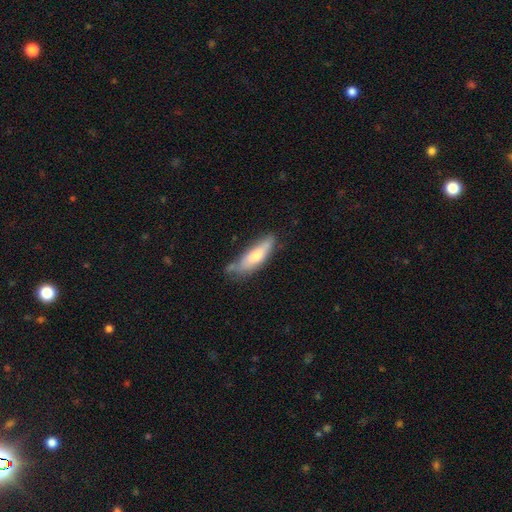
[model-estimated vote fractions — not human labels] A smooth galaxy with no disk features (62%) that is cigar-shaped (60%).

Vote fractions:
- Smooth or featured? smooth: 62% / featured or disk: 31% / star or artifact: 7%
- How rounded? cigar-shaped: 60% / in between: 38% / round: 2%
- Merging? none: 63% / minor disturbance: 27% / major disturbance: 6% / merger: 5%